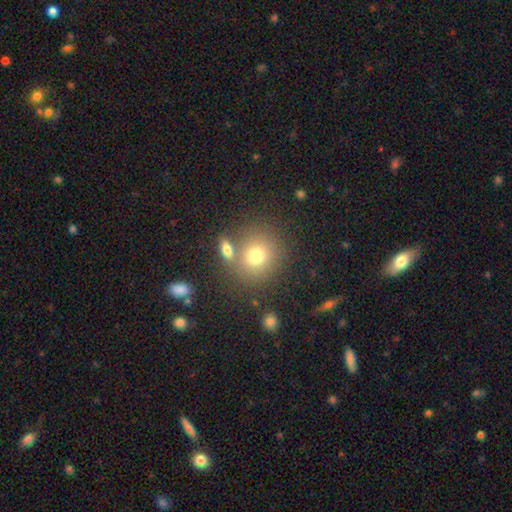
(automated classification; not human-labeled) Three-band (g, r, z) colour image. It shows a smooth galaxy with no disk features (74%) that is round (83%). Merging: none (69%).